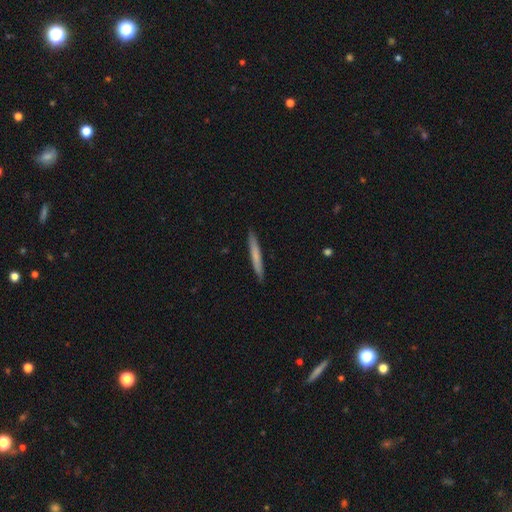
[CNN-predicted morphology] smooth 64%, featured or disk 31%, star or artifact 5%. Down the decision tree: how rounded — cigar-shaped (96%); merging — none (90%).